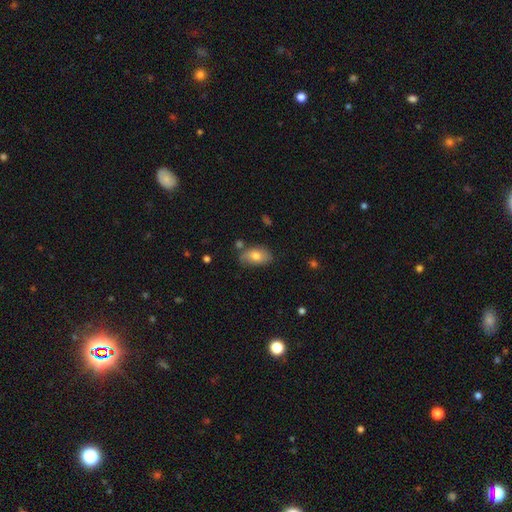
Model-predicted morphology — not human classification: This appears to be a smooth galaxy with no disk features (74%) that is in between round and cigar-shaped (91%). Merging: none (65%).